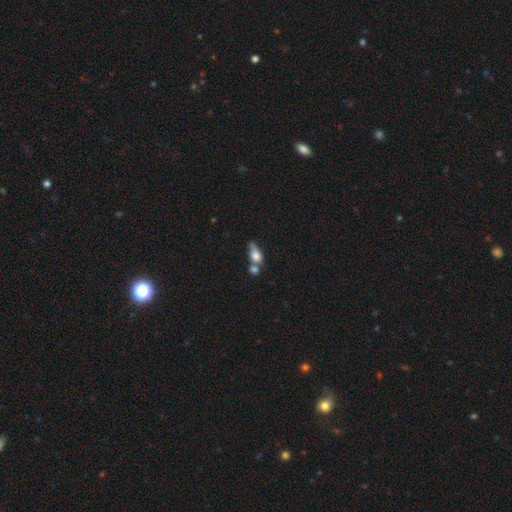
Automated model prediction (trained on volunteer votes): This is likely a smooth galaxy (67%). How rounded: likely in between (65%). Merging: marginally merger (43%).